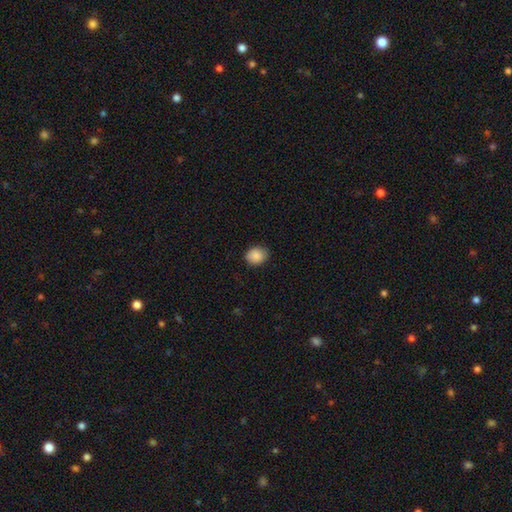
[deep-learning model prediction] smooth_or_featured: smooth (p=0.89) [alt: star or artifact p=0.08]
how_rounded: round (p=0.53) [alt: in between p=0.46]
merging: none (p=0.85) [alt: minor disturbance p=0.12]